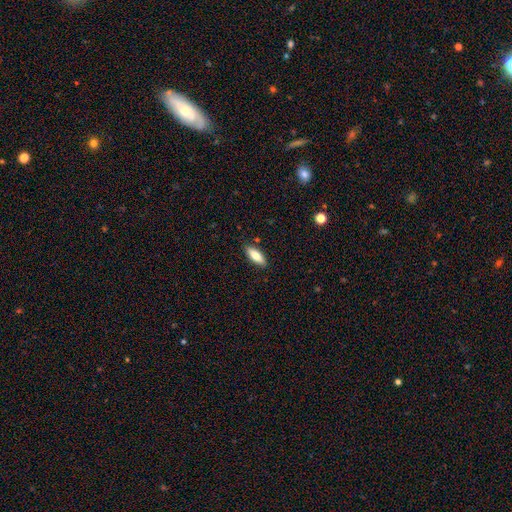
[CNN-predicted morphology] The model was most divided on "how rounded": in between: 65%, cigar-shaped: 33%, round: 2%. More confident: merging — none (87%); smooth or featured — smooth (81%).